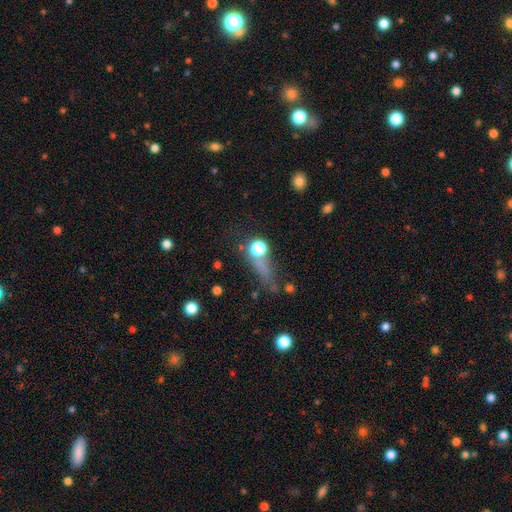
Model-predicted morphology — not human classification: This appears to be a smooth galaxy with no disk features (51%) that is cigar-shaped (38%). Merging: none (47%).